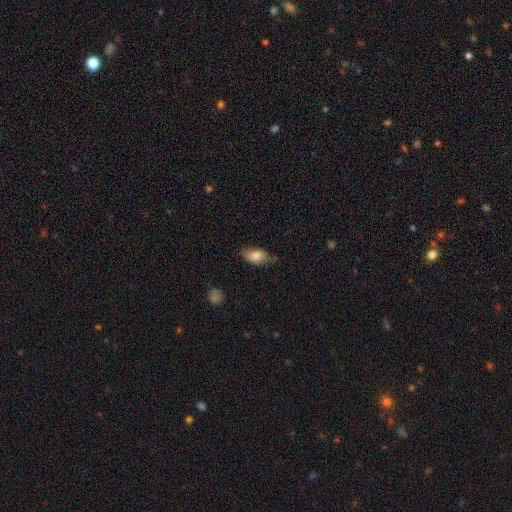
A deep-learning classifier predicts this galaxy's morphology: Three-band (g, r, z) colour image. It shows a smooth galaxy with no disk features (76%) that is in between round and cigar-shaped (90%). Merging: none (70%).